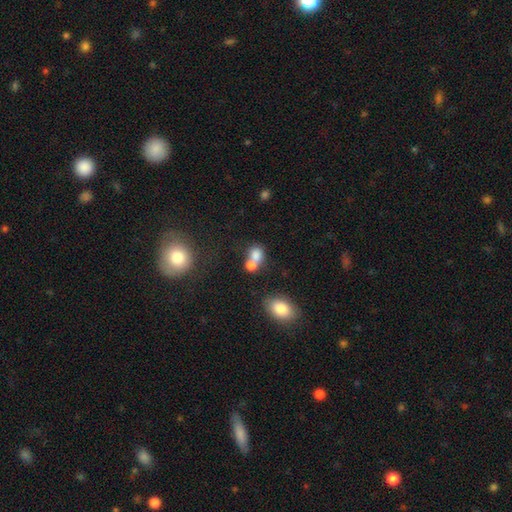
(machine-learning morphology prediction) Overall: smooth (76%). How rounded: in between (50%; round 48%). Merging: merger (60%; none 28%).